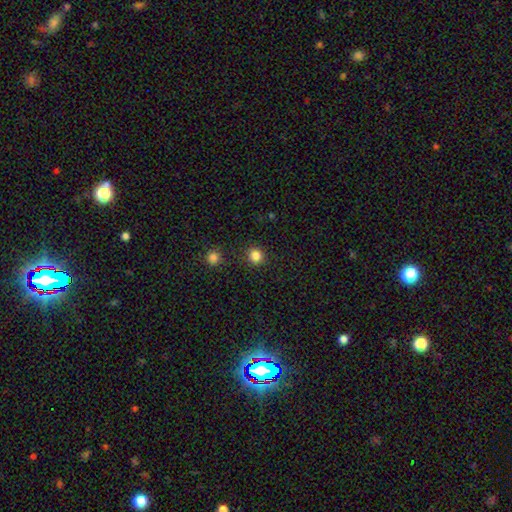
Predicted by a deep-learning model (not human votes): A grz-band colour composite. It shows a smooth galaxy with no disk features (83%) that is round (90%). Merging: none (90%).